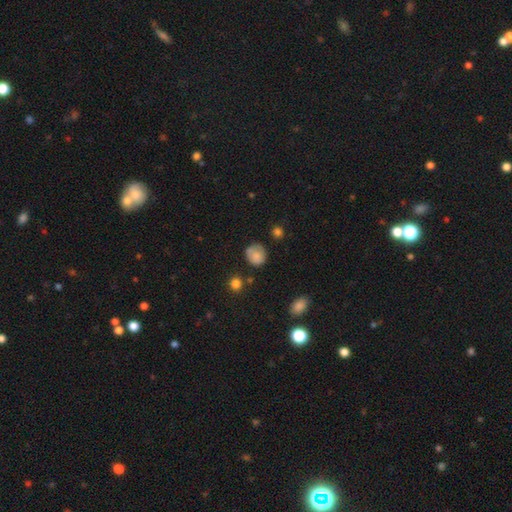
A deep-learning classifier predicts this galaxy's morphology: Smooth or featured?
  - smooth: 76% *
  - featured or disk: 14%
  - star or artifact: 10%
How rounded?
  - round: 77% *
  - in between: 22%
  - cigar-shaped: 1%
Merging?
  - none: 61% *
  - minor disturbance: 27%
  - major disturbance: 8%
  - merger: 4%